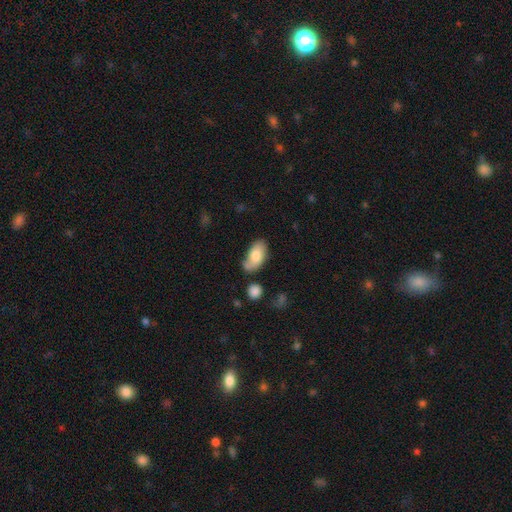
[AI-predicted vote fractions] Smooth or featured? Predicted: smooth (p=0.77). How rounded? Predicted: in between (p=0.94). Merging? Predicted: none (p=0.55).